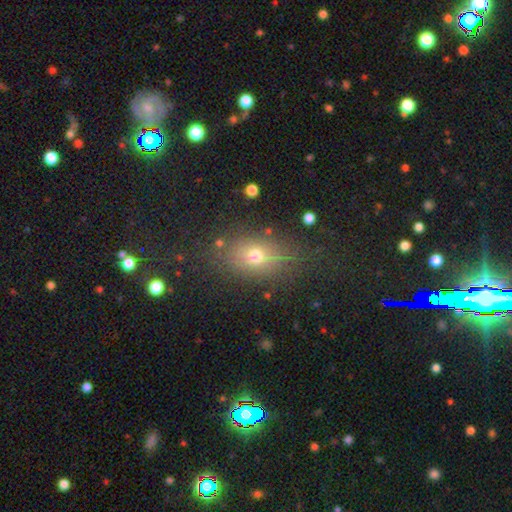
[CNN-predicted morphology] smooth 63%, featured or disk 19%, star or artifact 18%. Down the decision tree: how rounded — in between (70%); merging — none (76%).